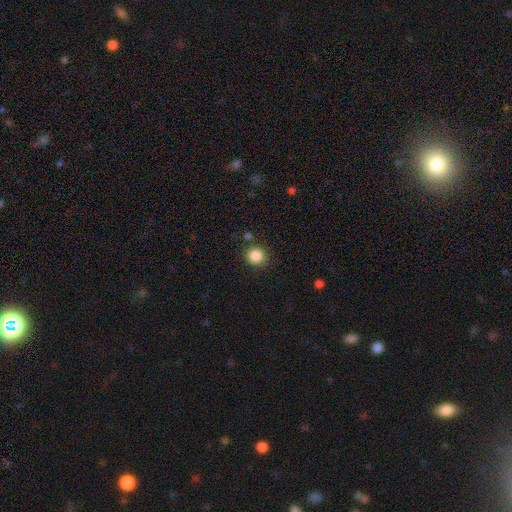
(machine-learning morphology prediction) type=smooth (86%); roundness=round (88%); merging=none (84%).